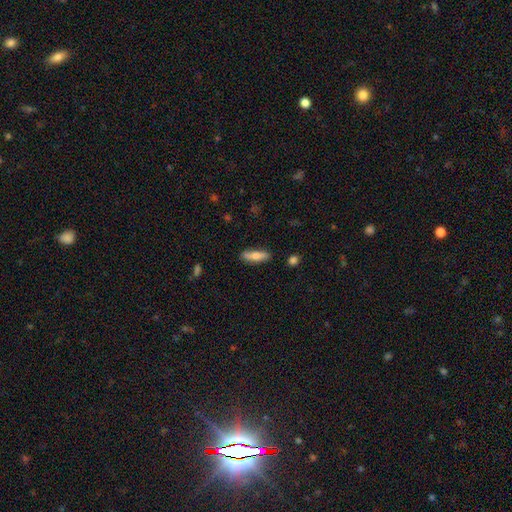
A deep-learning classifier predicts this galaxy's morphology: Smooth or featured?
  - smooth: 63% *
  - featured or disk: 31%
  - star or artifact: 6%
How rounded?
  - cigar-shaped: 56% *
  - in between: 42%
  - round: 3%
Merging?
  - none: 83% *
  - minor disturbance: 13%
  - major disturbance: 2%
  - merger: 2%